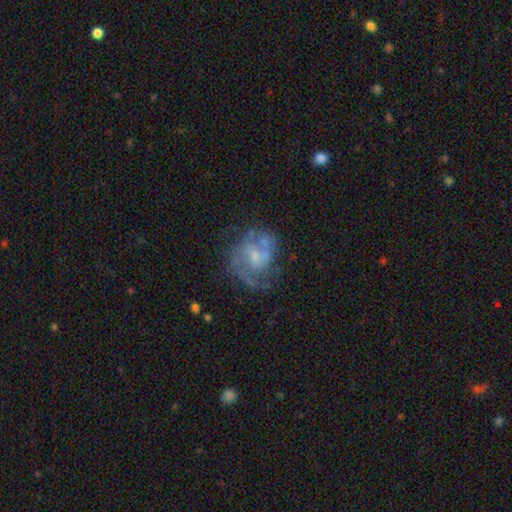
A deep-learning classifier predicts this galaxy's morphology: smooth_or_featured: featured or disk (p=0.73) [alt: smooth p=0.18]
disk_edge_on: no (p=0.98) [alt: yes p=0.02]
bar: no (p=0.56) [alt: weak p=0.38]
has_spiral_arms: yes (p=0.75) [alt: no p=0.25]
spiral_winding: medium (p=0.46) [alt: tight p=0.30]
spiral_arm_count: 2 (p=0.39) [alt: can't tell p=0.31]
bulge_size: small (p=0.52) [alt: moderate p=0.30]
merging: none (p=0.51) [alt: minor disturbance p=0.21]